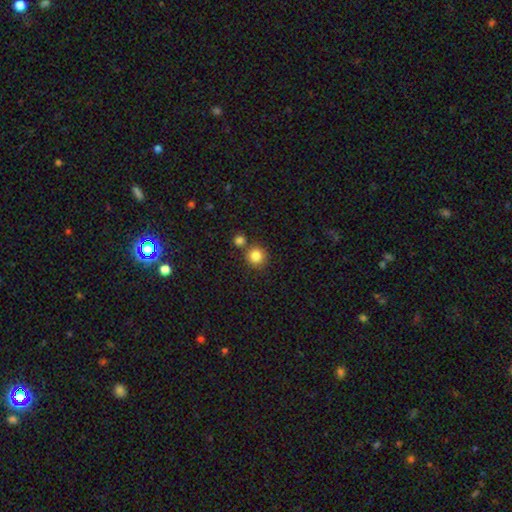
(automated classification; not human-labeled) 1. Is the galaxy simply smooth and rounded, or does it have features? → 84% smooth, 10% star or artifact, 5% featured or disk.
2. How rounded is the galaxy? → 93% round, 6% in between, 1% cigar-shaped.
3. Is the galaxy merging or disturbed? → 74% none, 16% merger, 7% minor disturbance, 2% major disturbance.